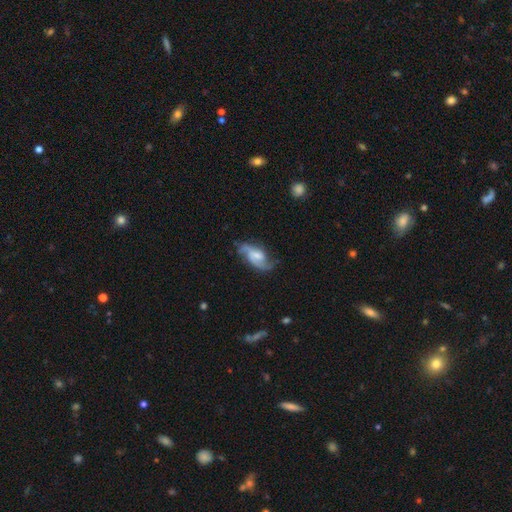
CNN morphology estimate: featured or disk 80%, smooth 14%, star or artifact 6%. Down the decision tree: edge-on disk — no (95%); bar — weak (47%); spiral arms — yes (95%); spiral arm count — 2 (80%); spiral winding — medium (48%); bulge size — moderate (40%); merging — none (64%).